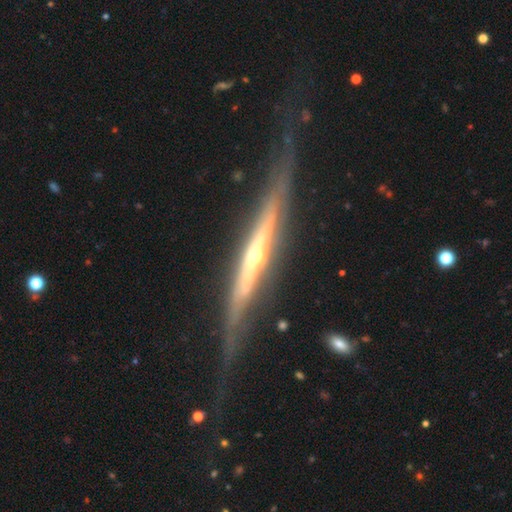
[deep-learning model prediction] Smooth or featured? Predicted: featured or disk (p=0.85). Edge-on disk? Predicted: yes (p=0.91). Edge-on bulge? Predicted: rounded (p=0.73). Merging? Predicted: none (p=0.66).